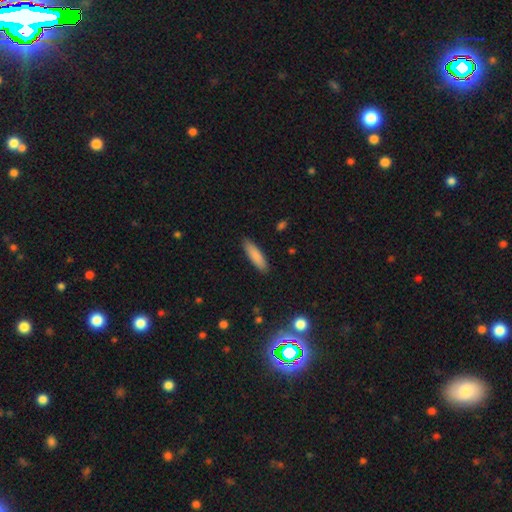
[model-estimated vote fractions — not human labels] A smooth galaxy with no disk features (86%) that is cigar-shaped (64%). Merging: none (89%).